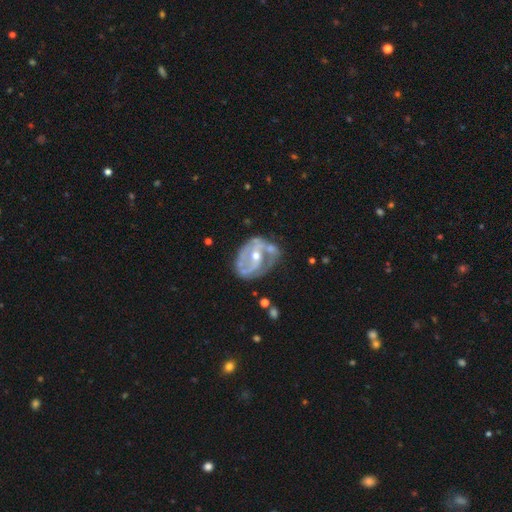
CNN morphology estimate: The model was most divided on "bar": weak: 36%, no: 35%, strong: 29%. Remaining: edge-on disk — no (97%); smooth or featured — featured or disk (84%); spiral arms — yes (79%); bulge size — moderate (62%); spiral arm count — 2 (58%); merging — none (46%); spiral winding — medium (42%).